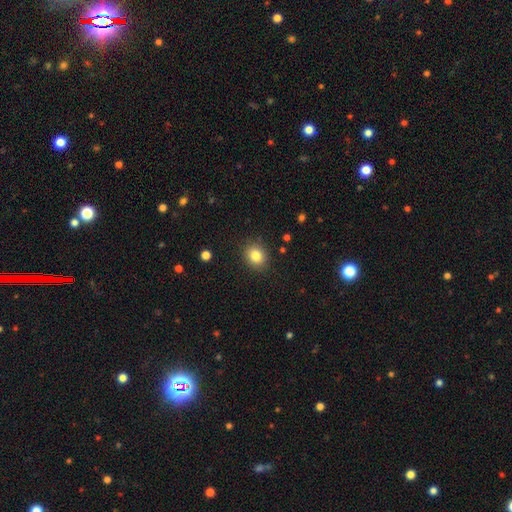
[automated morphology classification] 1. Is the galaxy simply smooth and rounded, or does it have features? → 83% smooth, 10% star or artifact, 7% featured or disk.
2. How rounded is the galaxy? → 68% round, 31% in between, 1% cigar-shaped.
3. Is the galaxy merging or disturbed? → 89% none, 8% minor disturbance, 2% major disturbance, 1% merger.